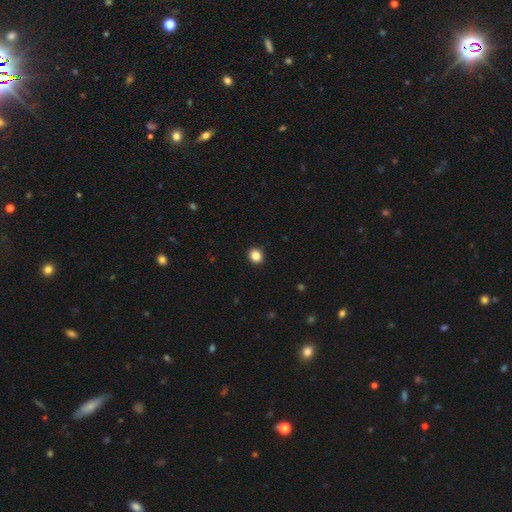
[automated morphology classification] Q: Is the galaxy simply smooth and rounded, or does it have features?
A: smooth — 86%.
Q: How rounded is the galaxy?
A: round — 79%.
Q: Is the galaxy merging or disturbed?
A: none — 92%.